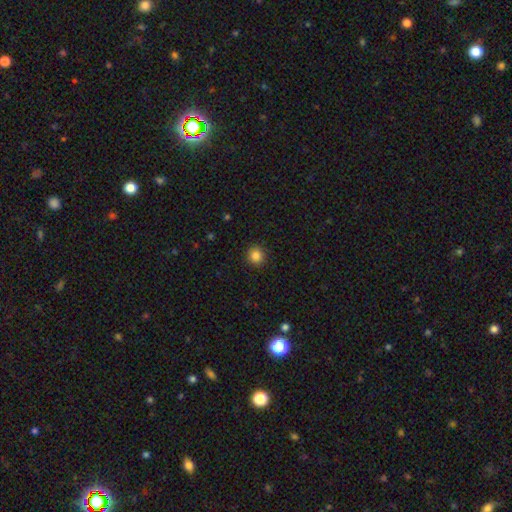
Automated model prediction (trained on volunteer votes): Smooth or featured?
  - smooth: 84% *
  - star or artifact: 11%
  - featured or disk: 4%
How rounded?
  - round: 91% *
  - in between: 8%
  - cigar-shaped: 1%
Merging?
  - none: 91% *
  - minor disturbance: 6%
  - major disturbance: 2%
  - merger: 1%